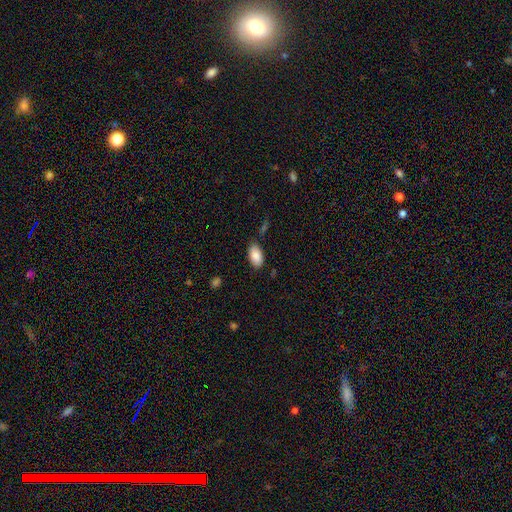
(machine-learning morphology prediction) The model was most divided on "merging": none: 80%, minor disturbance: 14%, major disturbance: 3%, merger: 3%. More confident: how rounded — in between (95%); smooth or featured — smooth (86%).